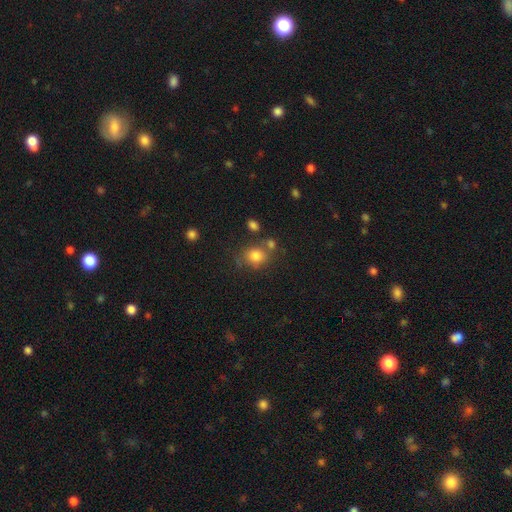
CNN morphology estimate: This is clearly a smooth galaxy (80%). How rounded: likely round (68%). Merging: likely none (62%).